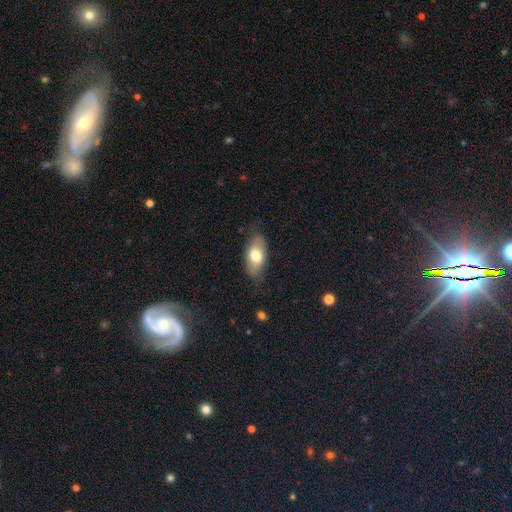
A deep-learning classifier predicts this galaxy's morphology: Q: Smooth or featured?
A: smooth (69%); runner-up: featured or disk (25%)
Q: How rounded?
A: in between (89%); runner-up: cigar-shaped (7%)
Q: Merging?
A: none (73%); runner-up: minor disturbance (20%)